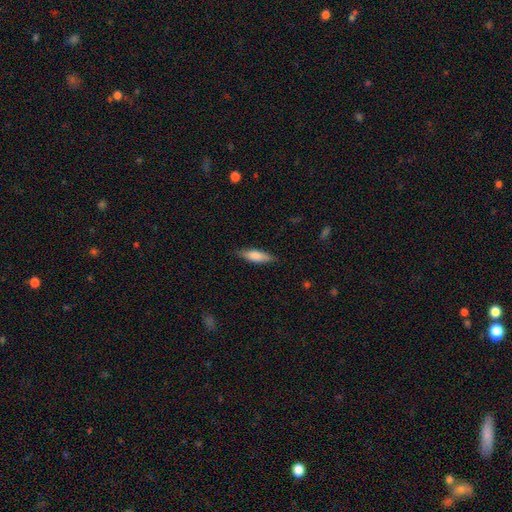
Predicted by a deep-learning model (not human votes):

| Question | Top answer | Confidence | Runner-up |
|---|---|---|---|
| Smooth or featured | smooth | 76% | featured or disk (18%) |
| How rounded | cigar-shaped | 56% | in between (42%) |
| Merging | none | 84% | minor disturbance (13%) |